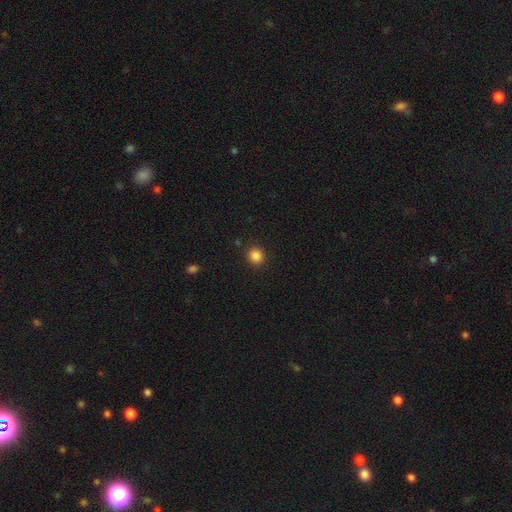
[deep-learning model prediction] smooth_or_featured: smooth (p=0.86) [alt: star or artifact p=0.11]
how_rounded: round (p=0.86) [alt: in between p=0.13]
merging: none (p=0.90) [alt: minor disturbance p=0.06]